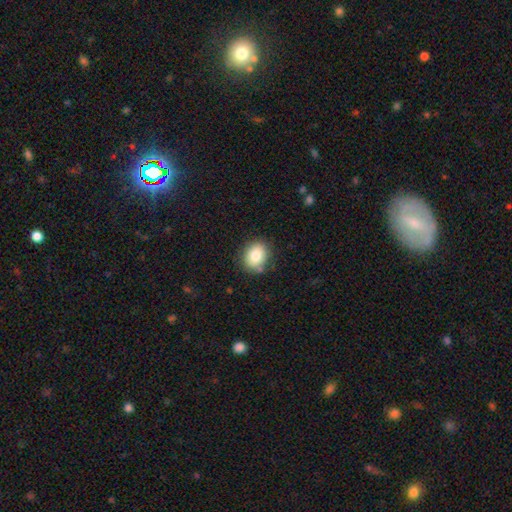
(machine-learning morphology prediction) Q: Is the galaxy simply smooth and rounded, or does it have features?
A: smooth — 81%.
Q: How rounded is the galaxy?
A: round — 50%.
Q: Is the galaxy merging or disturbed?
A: none — 82%.